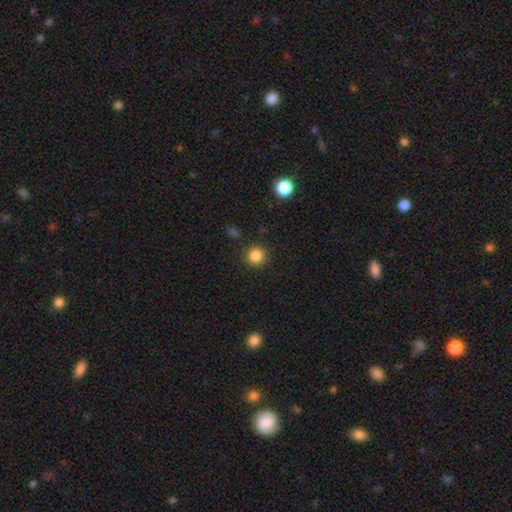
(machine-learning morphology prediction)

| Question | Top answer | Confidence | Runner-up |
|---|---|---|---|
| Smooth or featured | smooth | 85% | star or artifact (11%) |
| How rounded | round | 94% | in between (5%) |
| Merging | none | 89% | minor disturbance (6%) |